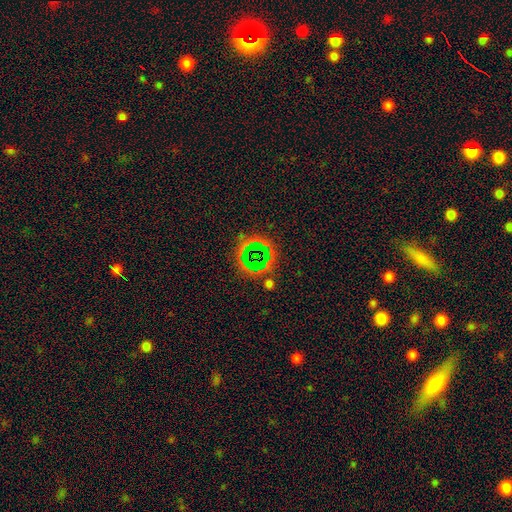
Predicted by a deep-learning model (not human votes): A star or artifact, not a galaxy (64%).

Vote fractions:
- Smooth or featured? star or artifact: 64% / smooth: 22% / featured or disk: 14%